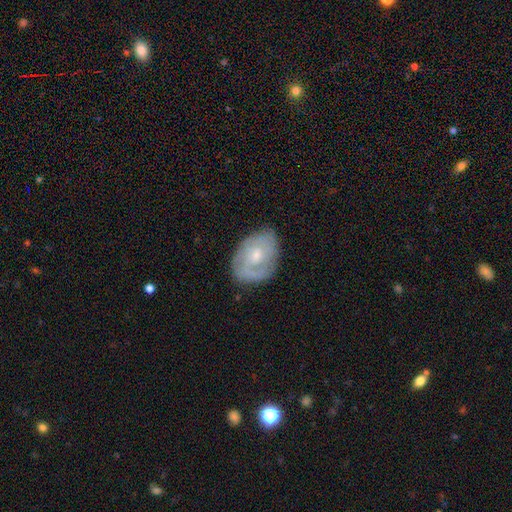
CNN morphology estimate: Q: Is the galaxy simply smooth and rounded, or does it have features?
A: featured or disk — 63%.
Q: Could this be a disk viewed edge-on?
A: no — 96%.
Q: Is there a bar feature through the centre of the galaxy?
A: no — 70%.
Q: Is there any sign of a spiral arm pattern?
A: yes — 78%.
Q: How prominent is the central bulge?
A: small — 52%.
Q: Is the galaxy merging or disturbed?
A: none — 70%.